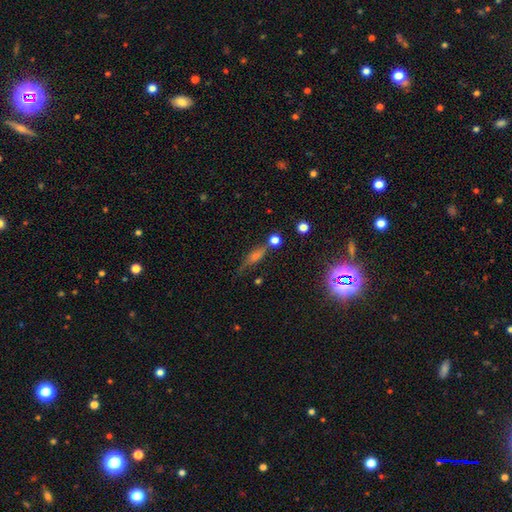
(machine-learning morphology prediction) Q: Smooth or featured?
A: smooth (35%); runner-up: star or artifact (33%)
Q: Merging?
A: none (65%); runner-up: minor disturbance (17%)